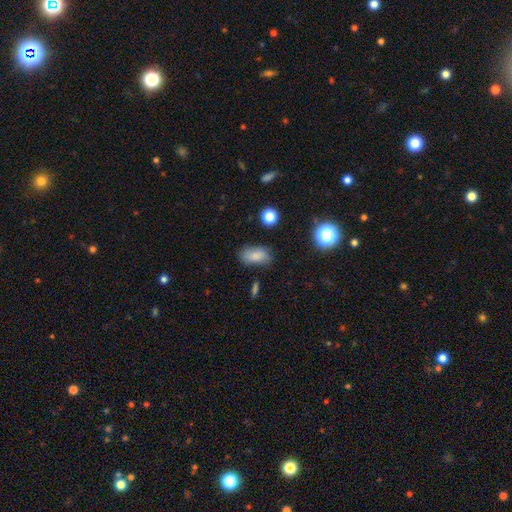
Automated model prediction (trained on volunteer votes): A smooth galaxy with no disk features (80%) that is in between round and cigar-shaped (90%). Merging: none (72%).